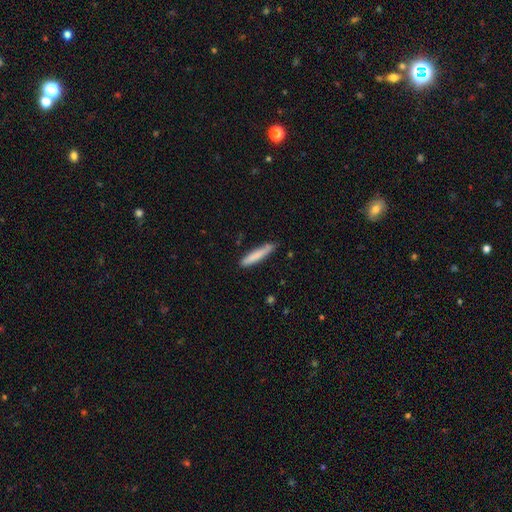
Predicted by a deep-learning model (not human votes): The model was most divided on "merging": none: 80%, minor disturbance: 16%, major disturbance: 2%, merger: 2%. More confident: how rounded — cigar-shaped (92%); smooth or featured — smooth (80%).